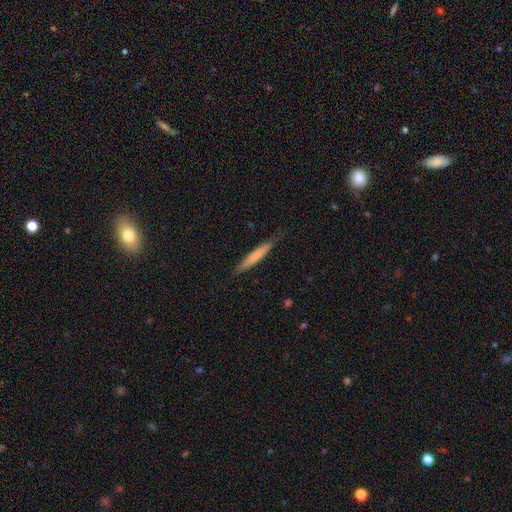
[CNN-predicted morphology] This is likely a smooth galaxy (71%). How rounded: clearly cigar-shaped (94%). Merging: clearly none (83%).